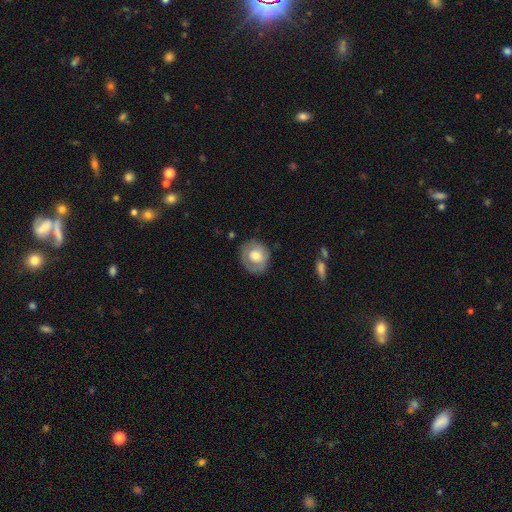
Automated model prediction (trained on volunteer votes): Smooth or featured? smooth (60%)
How rounded? round (74%)
Merging? none (75%)